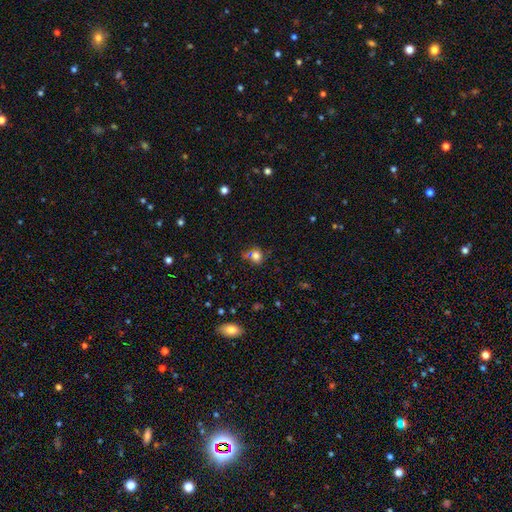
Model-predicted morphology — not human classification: Smooth or featured? smooth (69%)
How rounded? round (66%)
Merging? none (45%)